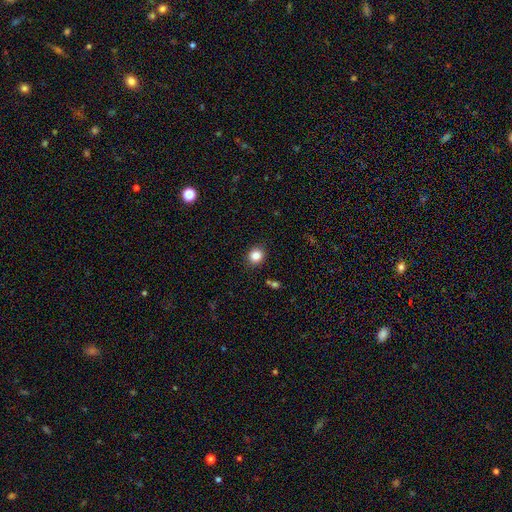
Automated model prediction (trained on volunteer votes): Smooth or featured?
  - smooth: 84% *
  - star or artifact: 11%
  - featured or disk: 5%
How rounded?
  - round: 82% *
  - in between: 17%
  - cigar-shaped: 1%
Merging?
  - none: 89% *
  - minor disturbance: 7%
  - major disturbance: 2%
  - merger: 2%